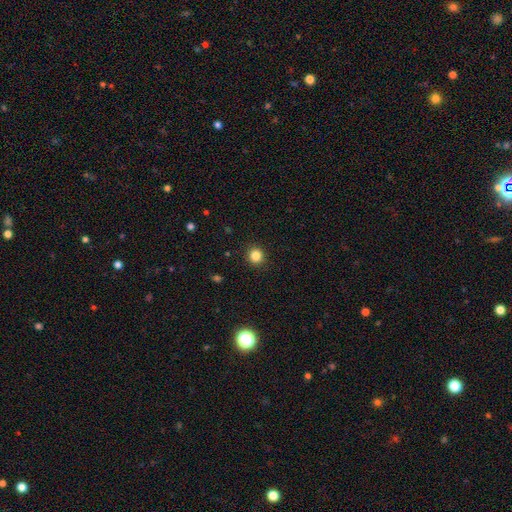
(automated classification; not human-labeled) A smooth galaxy with no disk features (84%) that is round (92%).

Vote fractions:
- Smooth or featured? smooth: 84% / star or artifact: 12% / featured or disk: 4%
- How rounded? round: 92% / in between: 7% / cigar-shaped: 1%
- Merging? none: 92% / minor disturbance: 5% / major disturbance: 2% / merger: 1%